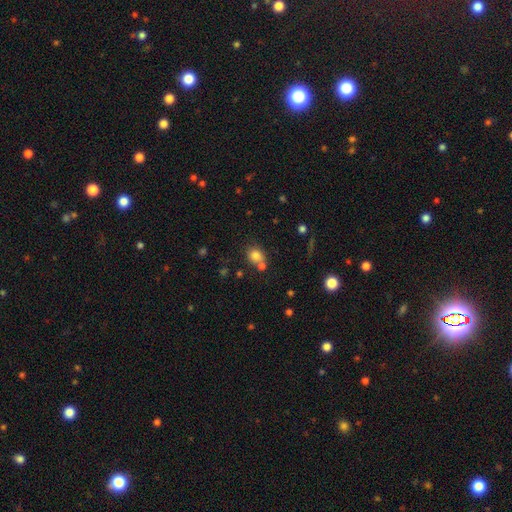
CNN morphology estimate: This appears to be a smooth galaxy with no disk features (79%) that is round (72%). Merging: none (54%).